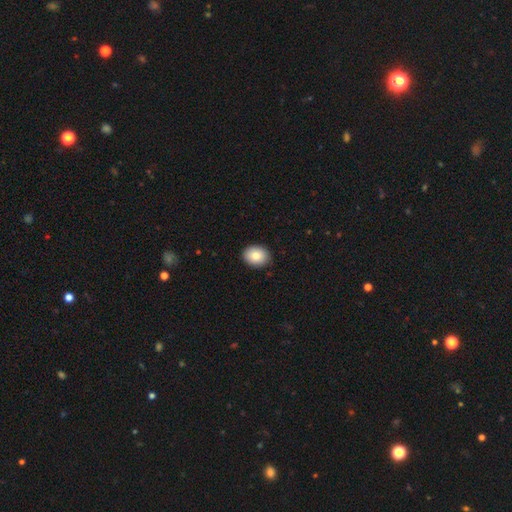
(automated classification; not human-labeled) This is clearly a smooth galaxy (81%). How rounded: possibly round (51%). Merging: clearly none (89%).